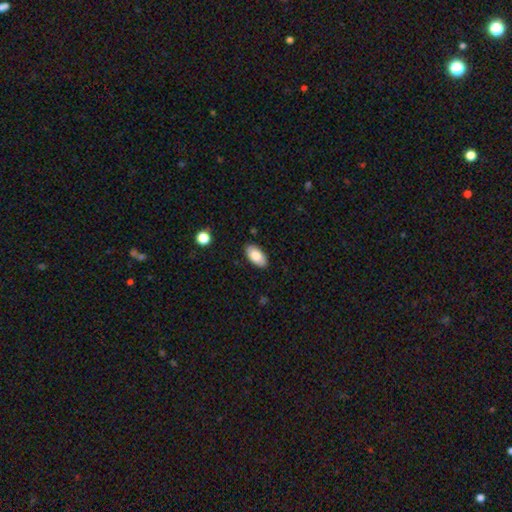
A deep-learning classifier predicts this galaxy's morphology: A smooth galaxy with no disk features (81%) that is in between round and cigar-shaped (94%).

Vote fractions:
- Smooth or featured? smooth: 81% / featured or disk: 12% / star or artifact: 7%
- How rounded? in between: 94% / cigar-shaped: 3% / round: 3%
- Merging? none: 88% / minor disturbance: 9% / major disturbance: 2% / merger: 1%